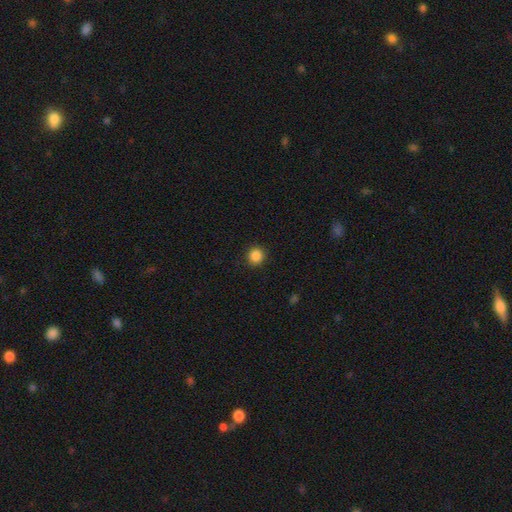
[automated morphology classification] Q: Smooth or featured?
A: smooth (86%); runner-up: star or artifact (10%)
Q: How rounded?
A: round (92%); runner-up: in between (7%)
Q: Merging?
A: none (92%); runner-up: minor disturbance (5%)